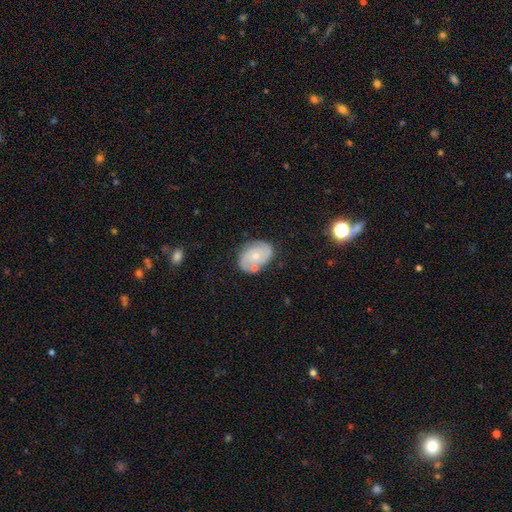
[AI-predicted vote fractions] A featured or disk galaxy (60%) with no bar (77%), spiral arms (80%) and a small central bulge (62%). Merging: none (68%).